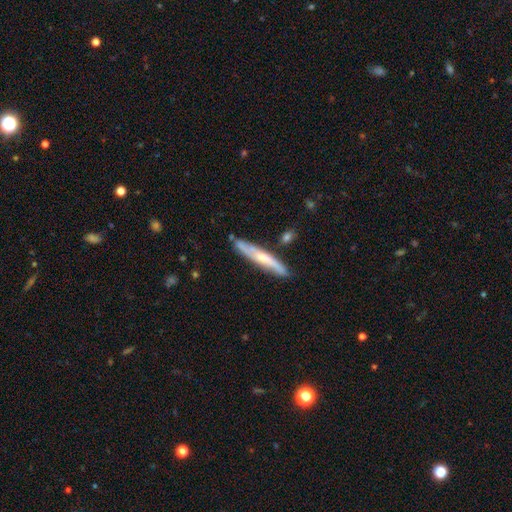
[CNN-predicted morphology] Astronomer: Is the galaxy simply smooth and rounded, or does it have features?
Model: featured or disk — 53% (runner-up: smooth, 39%).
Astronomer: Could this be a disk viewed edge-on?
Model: yes — 91%.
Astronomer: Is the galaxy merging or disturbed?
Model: none — 82%.